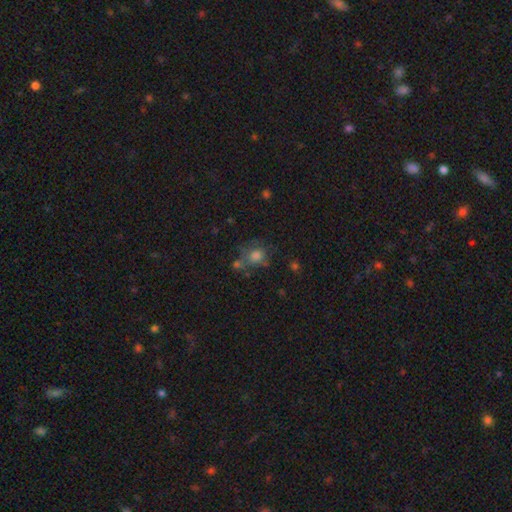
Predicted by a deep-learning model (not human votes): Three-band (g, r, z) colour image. It shows a smooth galaxy with no disk features (69%) that is round (71%). Merging: none (48%).